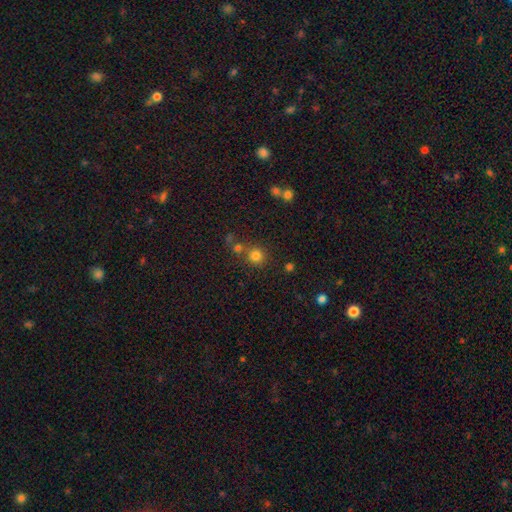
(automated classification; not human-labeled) A smooth galaxy with no disk features (77%) that is round (91%). Merging: none (67%).